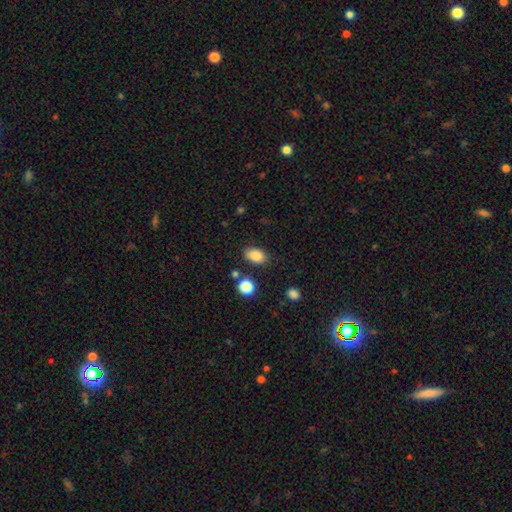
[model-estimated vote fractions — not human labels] This appears to be a smooth galaxy with no disk features (86%) that is in between round and cigar-shaped (86%). Merging: none (82%).